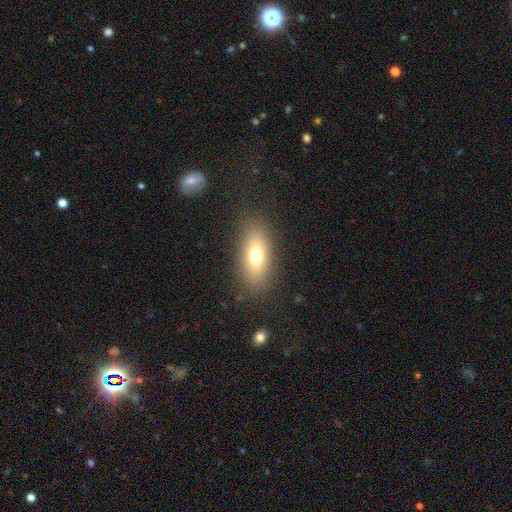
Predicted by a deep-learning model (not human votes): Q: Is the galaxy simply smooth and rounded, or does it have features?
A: smooth — 69%.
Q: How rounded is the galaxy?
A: in between — 79%.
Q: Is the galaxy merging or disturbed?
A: none — 85%.